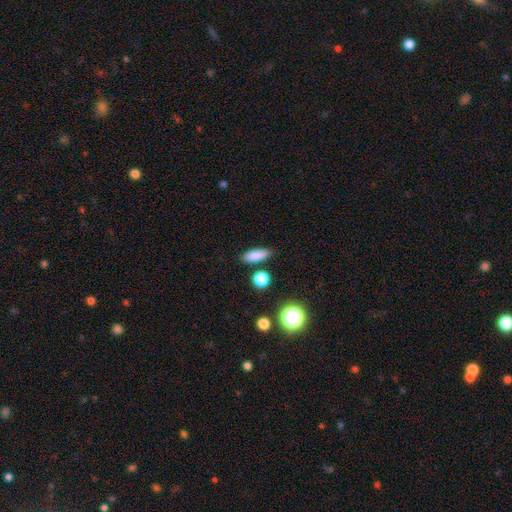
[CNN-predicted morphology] Smooth or featured?
  - smooth: 84% *
  - star or artifact: 10%
  - featured or disk: 6%
How rounded?
  - in between: 62% *
  - cigar-shaped: 31%
  - round: 7%
Merging?
  - none: 82% *
  - minor disturbance: 11%
  - merger: 4%
  - major disturbance: 3%